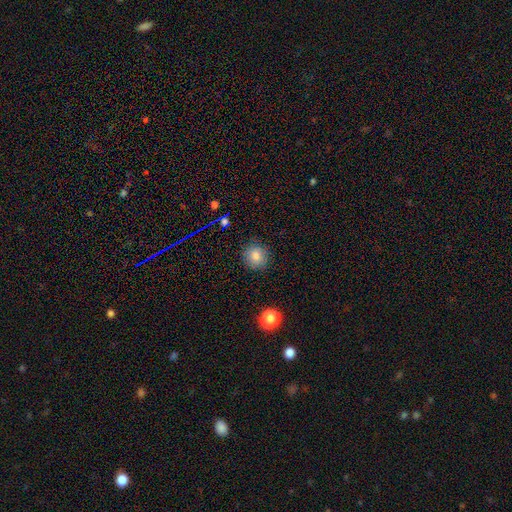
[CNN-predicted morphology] The model was most divided on "smooth or featured": smooth: 81%, star or artifact: 12%, featured or disk: 7%. More confident: how rounded — round (92%); merging — none (89%).